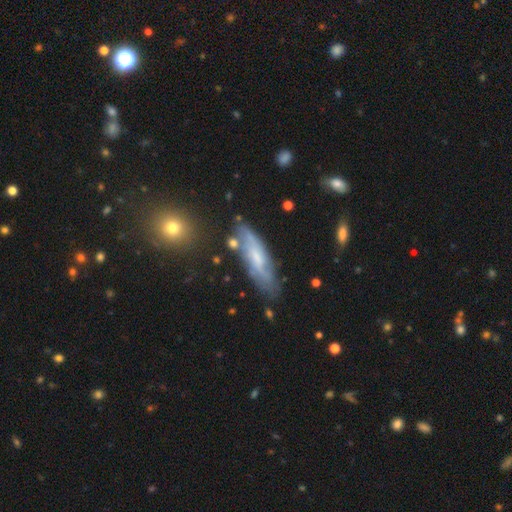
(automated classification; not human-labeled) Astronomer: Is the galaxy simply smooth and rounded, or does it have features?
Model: featured or disk — 63%.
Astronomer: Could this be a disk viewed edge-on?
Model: no — 71%.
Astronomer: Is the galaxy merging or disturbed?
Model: none — 72%.